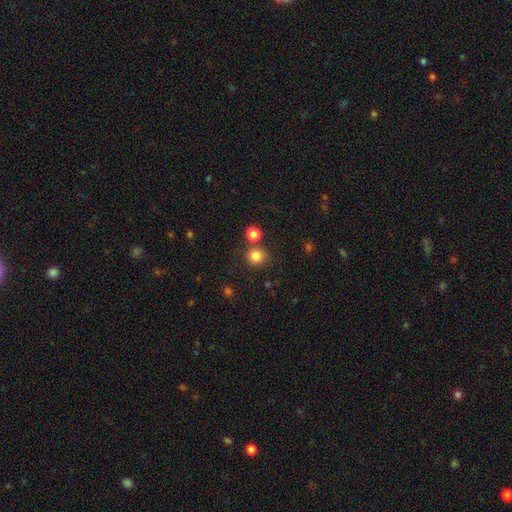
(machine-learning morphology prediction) This appears to be a smooth galaxy with no disk features (83%) that is round (90%). Merging: none (75%).